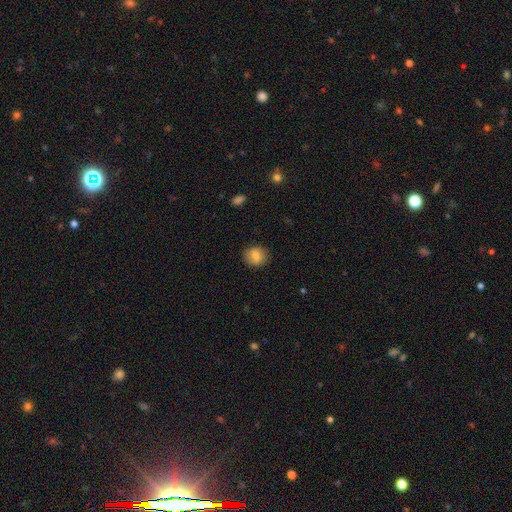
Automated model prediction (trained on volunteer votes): This is likely a smooth galaxy (80%). How rounded: clearly round (81%). Merging: clearly none (87%).